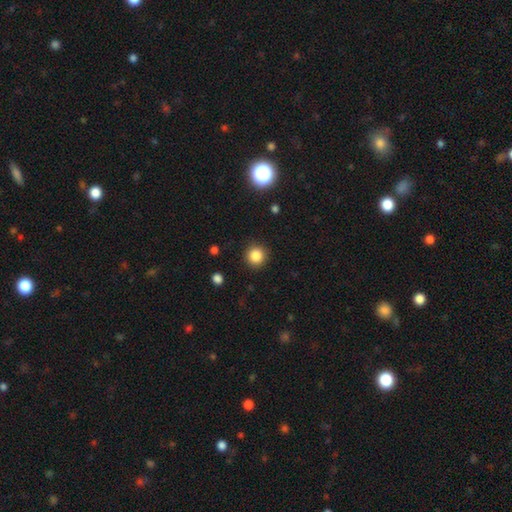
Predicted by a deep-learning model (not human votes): This appears to be a smooth galaxy with no disk features (84%) that is round (93%). Merging: none (89%).